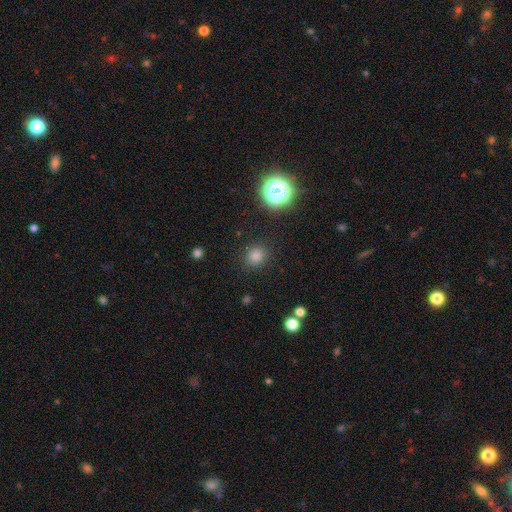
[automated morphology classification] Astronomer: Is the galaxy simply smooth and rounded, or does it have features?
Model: smooth — 78%.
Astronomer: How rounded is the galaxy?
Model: round — 84%.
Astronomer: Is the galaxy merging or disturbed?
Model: none — 89%.